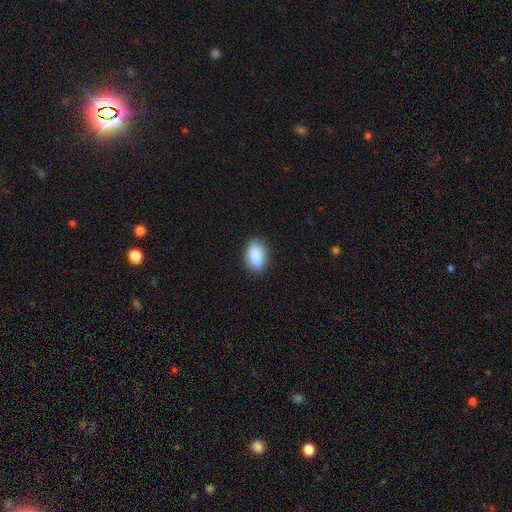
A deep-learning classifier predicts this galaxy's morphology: smooth-or-featured: smooth: 88% | star or artifact: 7% | featured or disk: 5%
  how-rounded: in between: 90% | round: 7% | cigar-shaped: 3%
  merging: none: 85% | minor disturbance: 12% | major disturbance: 3% | merger: 1%